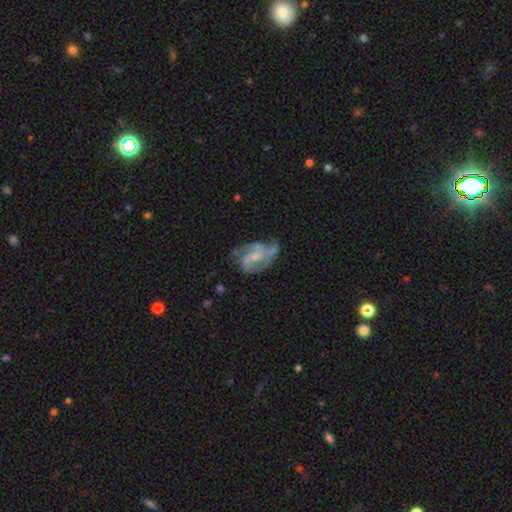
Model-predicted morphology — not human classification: This is clearly a featured or disk galaxy (84%). It is clearly not viewed edge-on (97%). Bar: possibly weak (45%). Spiral arm pattern: clearly yes (93%). Spiral arm count: possibly 2 (51%). Spiral winding: possibly medium (52%). Central bulge: possibly small (56%). Merging: possibly none (48%).